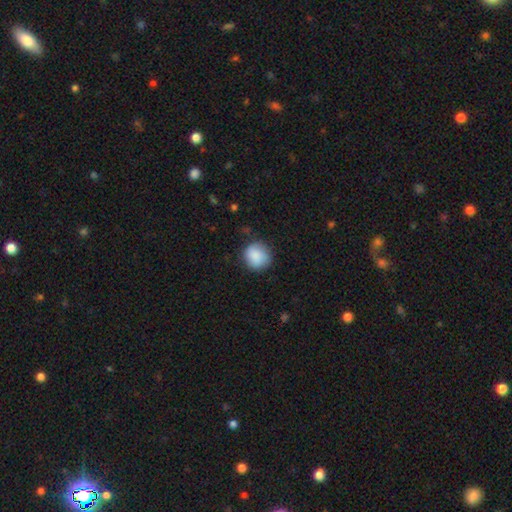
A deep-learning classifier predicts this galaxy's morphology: A smooth galaxy with no disk features (86%) that is round (86%). Merging: none (78%).